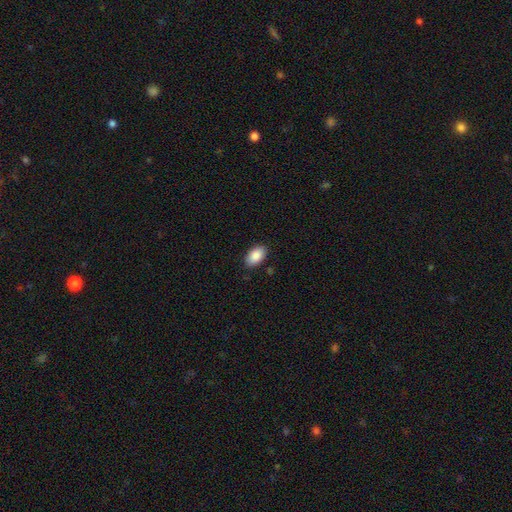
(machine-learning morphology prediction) Smooth or featured: smooth — 89% (star or artifact — 7%)
How rounded: in between — 94% (round — 5%)
Merging: none — 87% (minor disturbance — 10%)